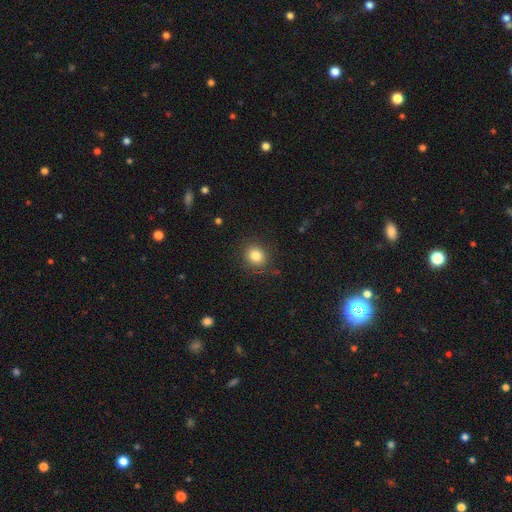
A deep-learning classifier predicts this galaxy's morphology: smooth 83%, star or artifact 11%, featured or disk 6%. Down the decision tree: how rounded — round (77%); merging — none (87%).